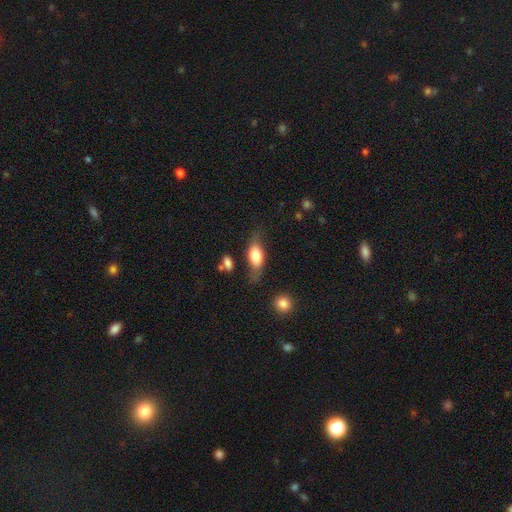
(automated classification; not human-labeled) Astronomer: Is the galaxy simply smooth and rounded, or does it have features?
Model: smooth — 68%.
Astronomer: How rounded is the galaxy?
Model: in between — 81%.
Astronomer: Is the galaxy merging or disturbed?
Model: none — 63%.